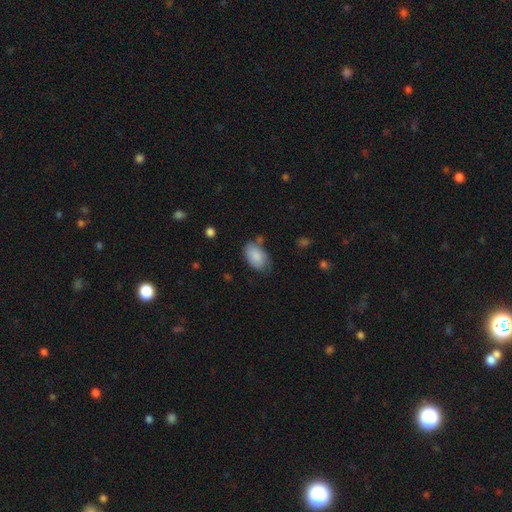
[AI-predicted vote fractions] Q: Smooth or featured?
A: smooth (83%); runner-up: featured or disk (10%)
Q: How rounded?
A: in between (93%); runner-up: round (6%)
Q: Merging?
A: none (61%); runner-up: minor disturbance (27%)